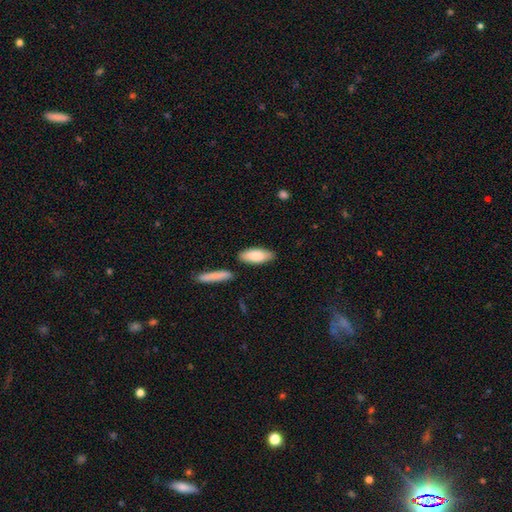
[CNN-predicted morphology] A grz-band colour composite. It shows a smooth galaxy with no disk features (85%) that is in between round and cigar-shaped (79%). Merging: none (81%).